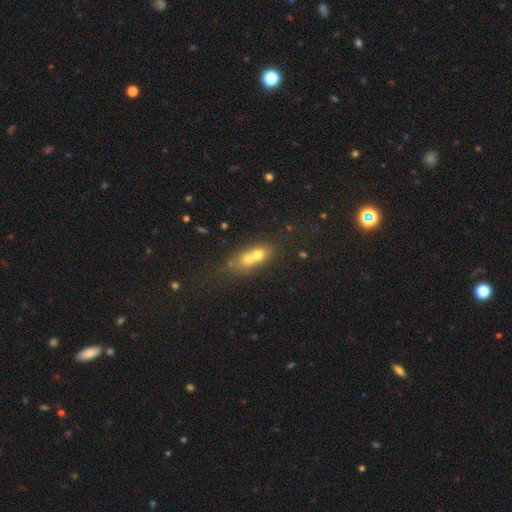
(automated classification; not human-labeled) Overall: smooth (50%; featured or disk 26%). How rounded: in between (54%; cigar-shaped 26%). Merging: merger (46%; none 33%).